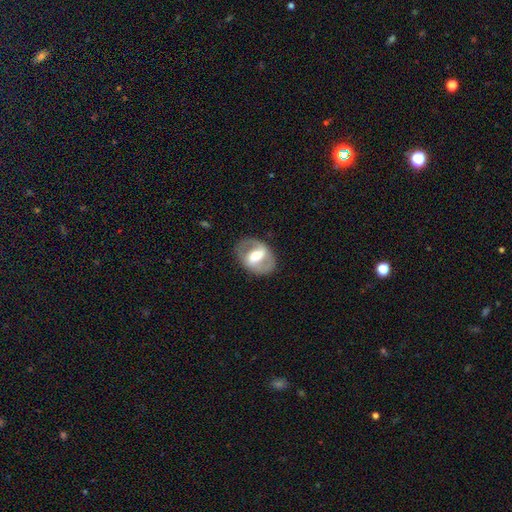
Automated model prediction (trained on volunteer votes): The model was most divided on "bar": strong: 49%, weak: 35%, no: 16%. More confident: edge-on disk — no (95%); merging — none (80%); smooth or featured — featured or disk (73%); spiral arms — yes (69%); bulge size — moderate (59%).